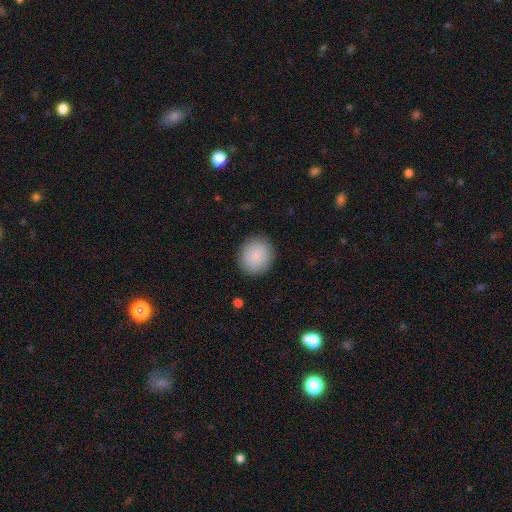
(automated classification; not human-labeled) Q: Smooth or featured?
A: smooth (88%); runner-up: star or artifact (7%)
Q: How rounded?
A: round (83%); runner-up: in between (16%)
Q: Merging?
A: none (88%); runner-up: minor disturbance (8%)